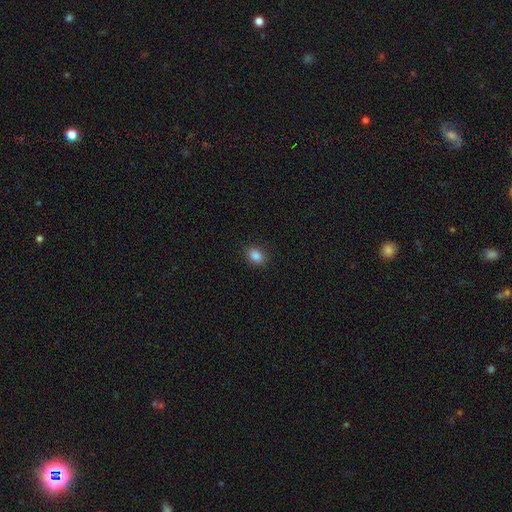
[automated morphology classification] Smooth or featured: smooth — 86% (star or artifact — 10%)
How rounded: in between — 70% (round — 29%)
Merging: none — 90% (minor disturbance — 7%)